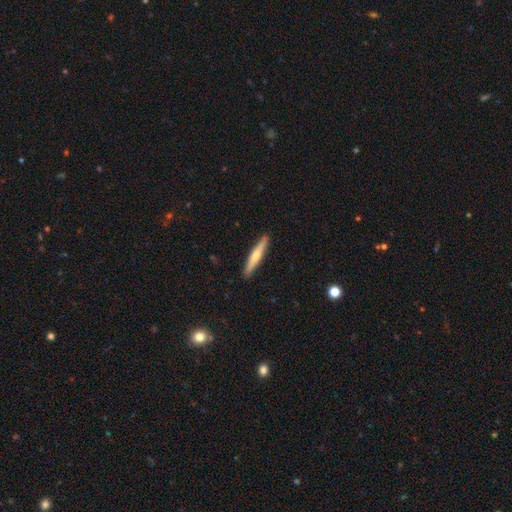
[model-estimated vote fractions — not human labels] Q: Smooth or featured?
A: smooth (53%); runner-up: featured or disk (42%)
Q: How rounded?
A: cigar-shaped (92%); runner-up: in between (7%)
Q: Merging?
A: none (91%); runner-up: minor disturbance (7%)